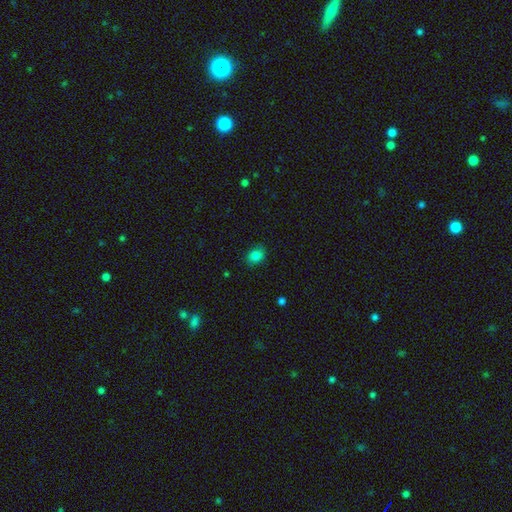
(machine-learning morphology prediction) This appears to be a smooth galaxy with no disk features (83%) that is in between round and cigar-shaped (57%). Merging: none (84%).